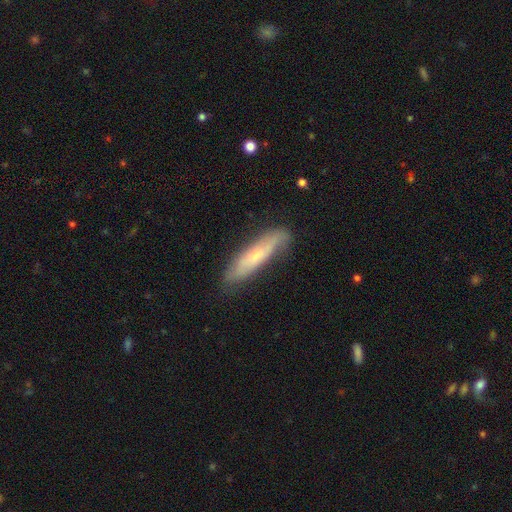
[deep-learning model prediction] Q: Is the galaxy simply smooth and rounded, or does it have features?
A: smooth — 49%.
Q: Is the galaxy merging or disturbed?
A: none — 76%.